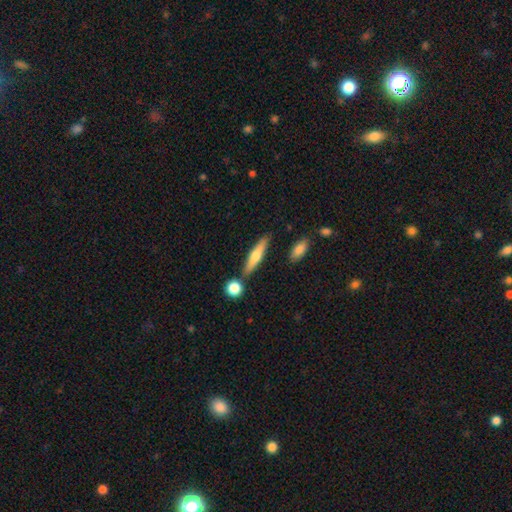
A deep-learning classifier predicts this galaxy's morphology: Smooth or featured?
  - smooth: 55% *
  - featured or disk: 39%
  - star or artifact: 6%
How rounded?
  - cigar-shaped: 78% *
  - in between: 19%
  - round: 3%
Merging?
  - none: 79% *
  - minor disturbance: 11%
  - merger: 8%
  - major disturbance: 2%